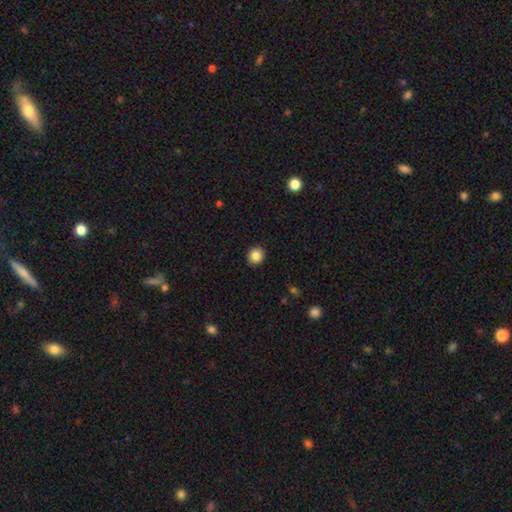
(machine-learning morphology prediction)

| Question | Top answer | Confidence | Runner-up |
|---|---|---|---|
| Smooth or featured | smooth | 86% | star or artifact (10%) |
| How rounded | round | 90% | in between (9%) |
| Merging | none | 92% | minor disturbance (5%) |